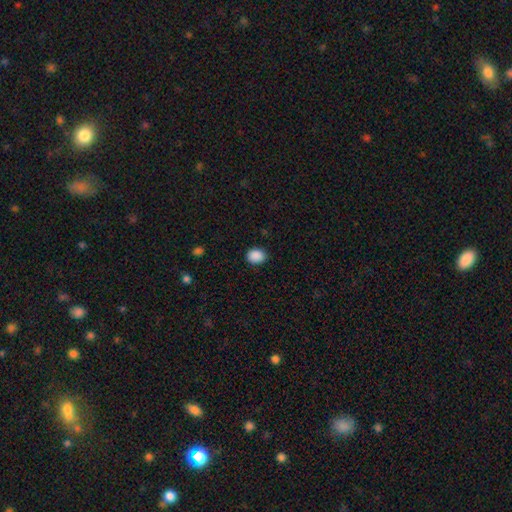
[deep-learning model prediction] smooth 89%, star or artifact 9%, featured or disk 2%. Down the decision tree: how rounded — round (52%); merging — none (88%).